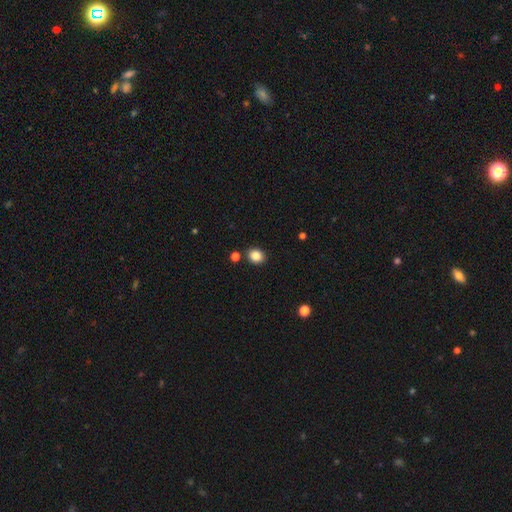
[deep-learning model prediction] A smooth galaxy with no disk features (85%) that is round (66%). Merging: none (86%).